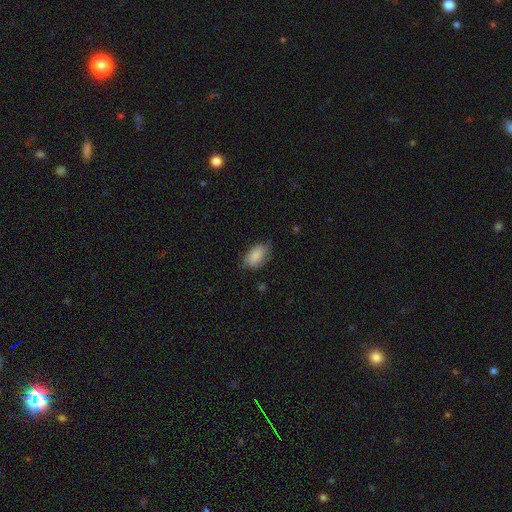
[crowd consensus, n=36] A smooth galaxy with no disk features (92%) that is in between round and cigar-shaped (94%). Merging: none (64%).